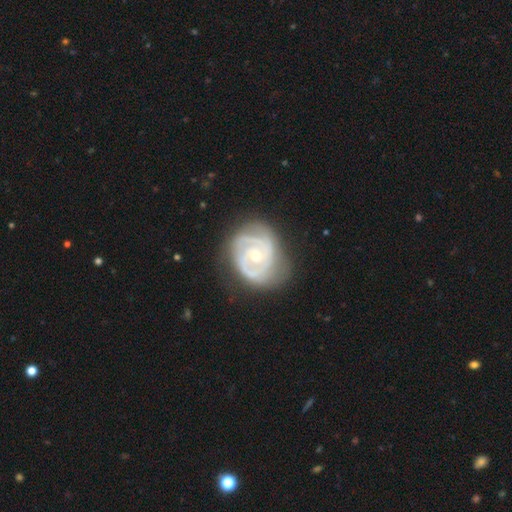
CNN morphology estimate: smooth-or-featured: featured or disk: 87% | smooth: 8% | star or artifact: 4%
  disk-edge-on: no: 98% | yes: 2%
    bar: no: 69% | weak: 25% | strong: 6%
    has-spiral-arms: yes: 95% | no: 5%
      spiral-winding: tight: 66% | medium: 29% | loose: 6%
      spiral-arm-count: 2: 43% | 3: 26% | can't tell: 19% | 1: 5% | 4: 4% | more than 4: 4%
    bulge-size: moderate: 53% | small: 43% | large: 2% | none: 1% | dominant: 1%
  merging: none: 68% | minor disturbance: 22% | major disturbance: 9% | merger: 1%